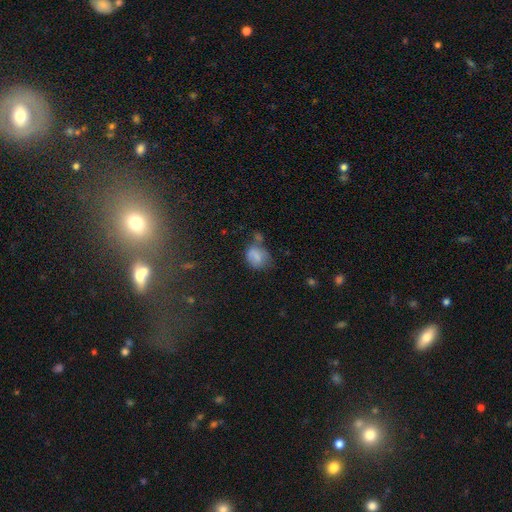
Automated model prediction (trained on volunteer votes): This is likely a smooth galaxy (72%). How rounded: possibly in between (55%). Merging: marginally none (41%).